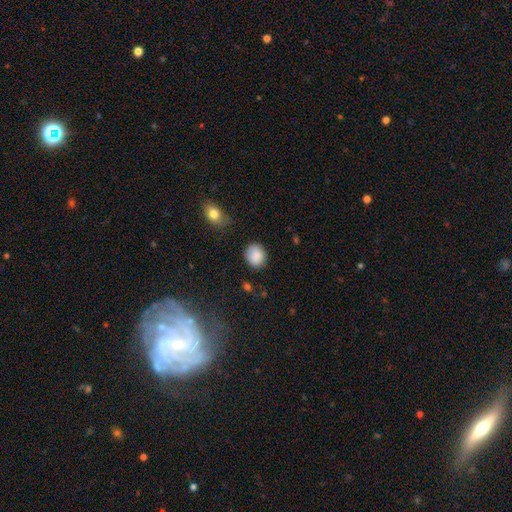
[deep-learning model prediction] The model was most divided on "how rounded": round: 73%, in between: 26%, cigar-shaped: 1%. More confident: smooth or featured — smooth (87%); merging — none (79%).